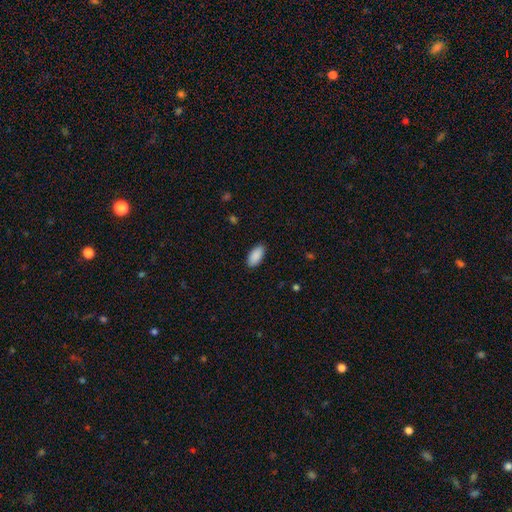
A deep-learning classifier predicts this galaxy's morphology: Smooth or featured? smooth (91%)
How rounded? in between (92%)
Merging? none (89%)